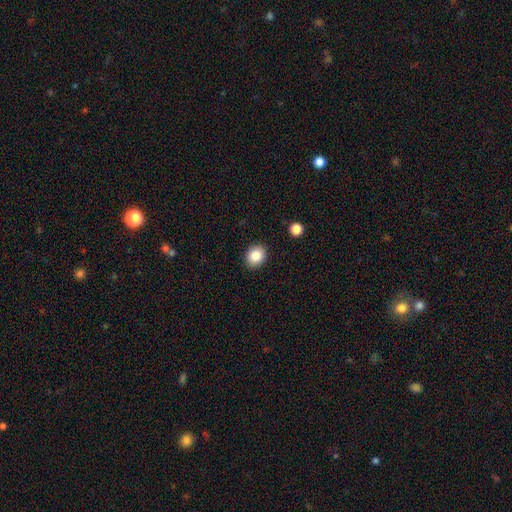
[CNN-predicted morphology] A smooth galaxy with no disk features (84%) that is in between round and cigar-shaped (51%).

Vote fractions:
- Smooth or featured? smooth: 84% / star or artifact: 9% / featured or disk: 7%
- How rounded? in between: 51% / round: 48% / cigar-shaped: 1%
- Merging? none: 89% / minor disturbance: 7% / major disturbance: 2% / merger: 1%